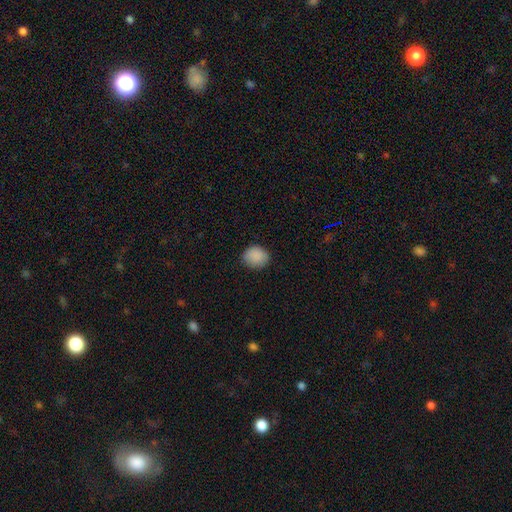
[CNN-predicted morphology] A smooth galaxy with no disk features (88%) that is round (68%).

Vote fractions:
- Smooth or featured? smooth: 88% / star or artifact: 8% / featured or disk: 3%
- How rounded? round: 68% / in between: 31% / cigar-shaped: 1%
- Merging? none: 84% / minor disturbance: 13% / major disturbance: 3% / merger: 1%